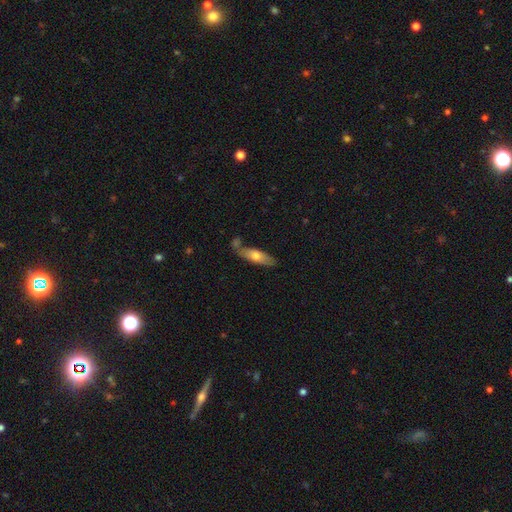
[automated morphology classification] A smooth galaxy with no disk features (59%) that is cigar-shaped (52%). Merging: none (63%).